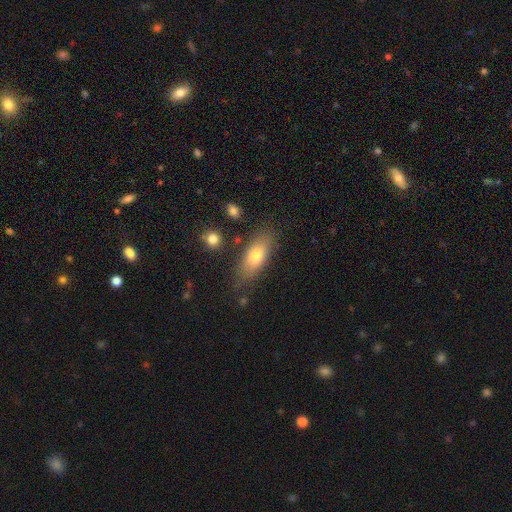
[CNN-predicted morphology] This appears to be a smooth galaxy with no disk features (72%) that is in between round and cigar-shaped (76%). Merging: none (78%).